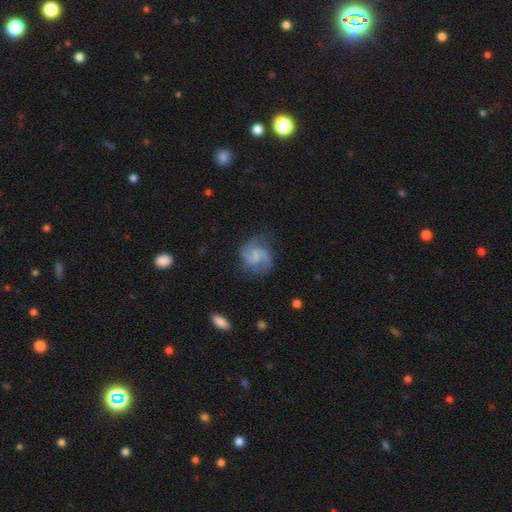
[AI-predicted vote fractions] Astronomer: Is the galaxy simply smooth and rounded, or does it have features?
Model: featured or disk — 78%.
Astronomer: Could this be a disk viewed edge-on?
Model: no — 98%.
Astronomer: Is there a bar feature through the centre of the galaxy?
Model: weak — 49% (runner-up: no, 41%).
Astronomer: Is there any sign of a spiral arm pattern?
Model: yes — 95%.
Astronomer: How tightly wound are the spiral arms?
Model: medium — 52%.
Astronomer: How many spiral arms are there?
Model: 2 — 85%.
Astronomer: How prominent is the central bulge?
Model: none — 47% (runner-up: small, 31%).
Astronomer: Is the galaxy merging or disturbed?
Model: none — 68%.